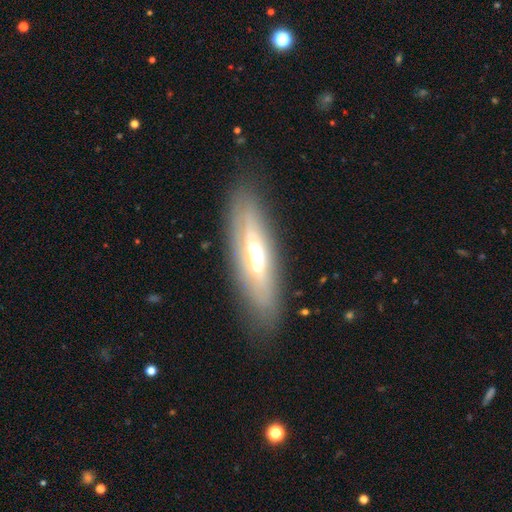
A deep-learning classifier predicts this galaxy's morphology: smooth_or_featured: featured or disk (p=0.60) [alt: smooth p=0.33]
disk_edge_on: yes (p=0.58) [alt: no p=0.42]
merging: none (p=0.79) [alt: minor disturbance p=0.14]